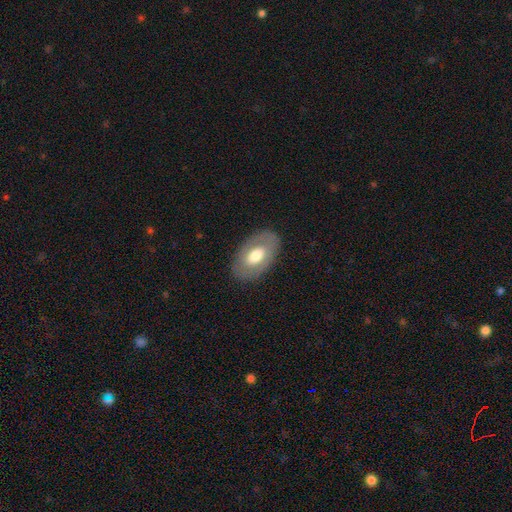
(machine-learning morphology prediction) smooth 54%, featured or disk 40%, star or artifact 6%. Down the decision tree: how rounded — in between (91%); merging — none (84%).